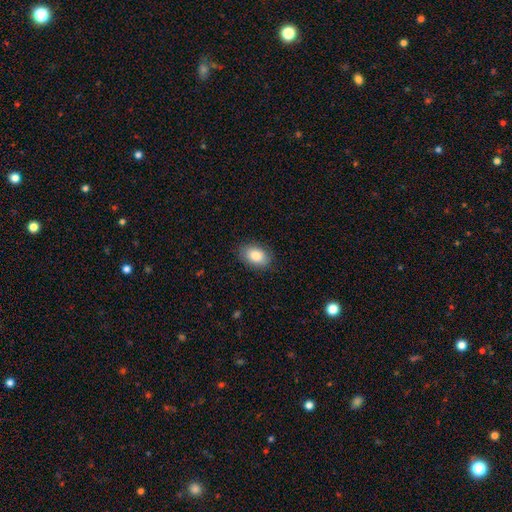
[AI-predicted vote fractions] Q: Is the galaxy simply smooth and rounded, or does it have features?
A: smooth — 83%.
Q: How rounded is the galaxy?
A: in between — 84%.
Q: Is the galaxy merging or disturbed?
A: none — 86%.